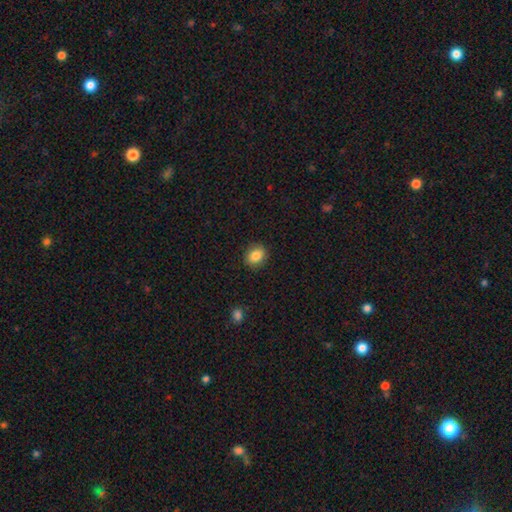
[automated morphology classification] Smooth or featured?
  - smooth: 84% *
  - star or artifact: 9%
  - featured or disk: 7%
How rounded?
  - round: 52% *
  - in between: 47%
  - cigar-shaped: 1%
Merging?
  - none: 87% *
  - minor disturbance: 9%
  - major disturbance: 2%
  - merger: 1%